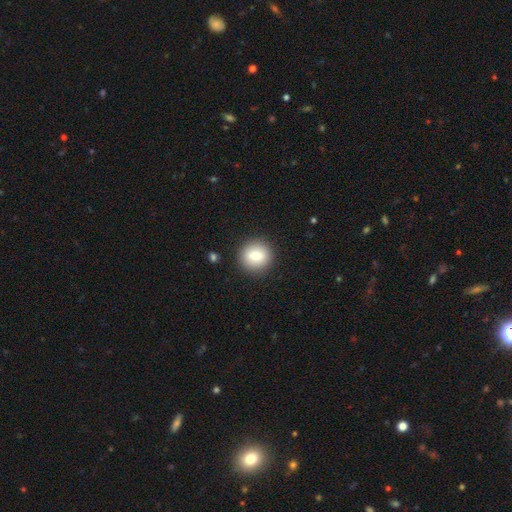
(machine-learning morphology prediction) Q: Smooth or featured?
A: smooth (81%); runner-up: featured or disk (10%)
Q: How rounded?
A: round (91%); runner-up: in between (9%)
Q: Merging?
A: none (90%); runner-up: minor disturbance (6%)